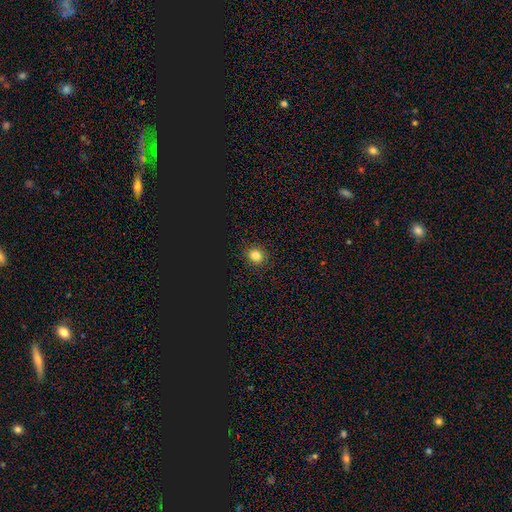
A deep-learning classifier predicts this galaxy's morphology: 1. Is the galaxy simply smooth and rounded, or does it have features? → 79% smooth, 17% star or artifact, 5% featured or disk.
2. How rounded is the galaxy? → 81% round, 18% in between, 1% cigar-shaped.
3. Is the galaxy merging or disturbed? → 91% none, 6% minor disturbance, 2% major disturbance, 1% merger.